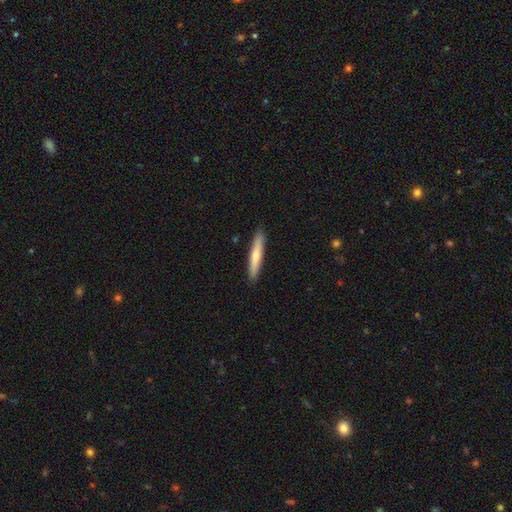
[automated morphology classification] Smooth or featured?
  - smooth: 65% *
  - featured or disk: 30%
  - star or artifact: 5%
How rounded?
  - cigar-shaped: 93% *
  - in between: 6%
  - round: 1%
Merging?
  - none: 90% *
  - minor disturbance: 7%
  - major disturbance: 1%
  - merger: 1%